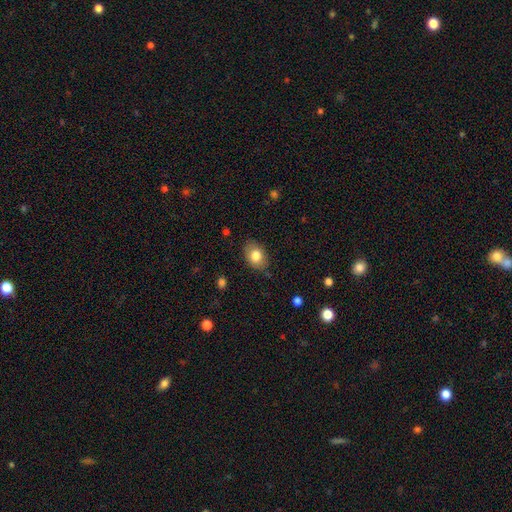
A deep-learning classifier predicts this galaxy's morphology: Q: Smooth or featured?
A: smooth (80%); runner-up: featured or disk (12%)
Q: How rounded?
A: in between (79%); runner-up: round (19%)
Q: Merging?
A: none (83%); runner-up: minor disturbance (13%)